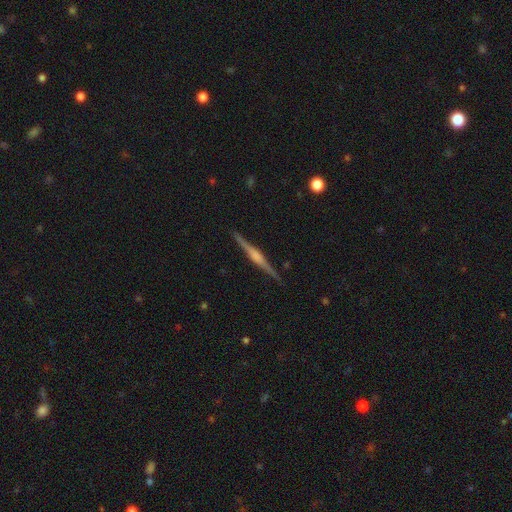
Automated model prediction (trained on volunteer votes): The model was most divided on "edge-on bulge": rounded: 67%, boxy: 25%, none: 8%. More confident: edge-on disk — yes (99%); merging — none (91%); smooth or featured — featured or disk (83%).